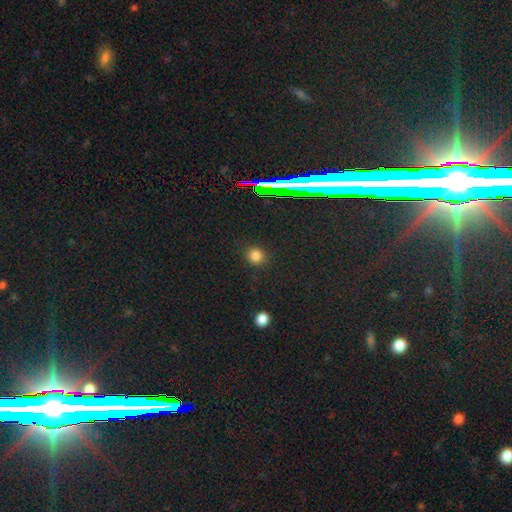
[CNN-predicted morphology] type=smooth (79%); roundness=round (85%); merging=none (89%).